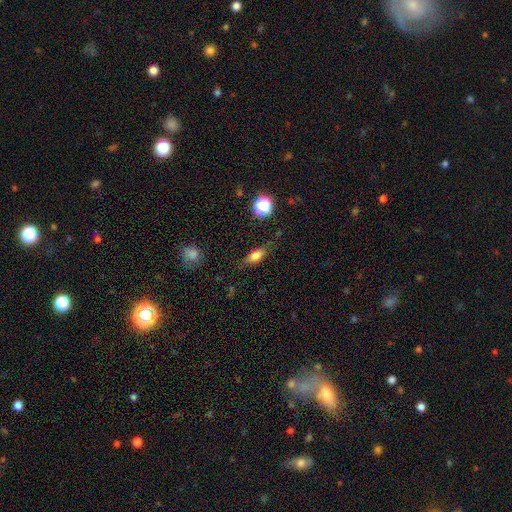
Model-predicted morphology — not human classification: A smooth galaxy with no disk features (75%) that is in between round and cigar-shaped (72%). Merging: none (76%).